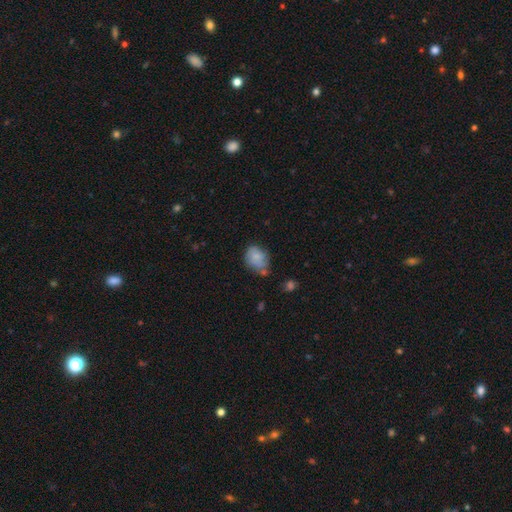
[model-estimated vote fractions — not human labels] A smooth galaxy with no disk features (80%) that is in between round and cigar-shaped (68%). Merging: none (52%).